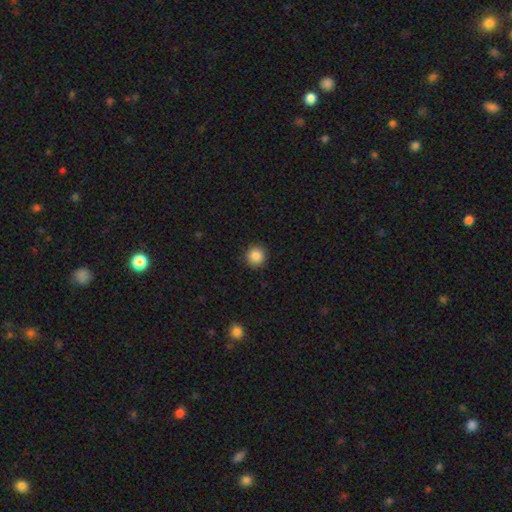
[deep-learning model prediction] Smooth or featured: smooth — 87% (star or artifact — 10%)
How rounded: round — 94% (in between — 5%)
Merging: none — 91% (minor disturbance — 6%)